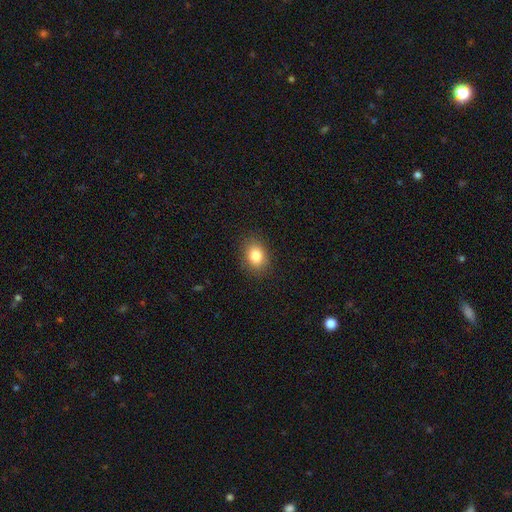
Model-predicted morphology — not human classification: This is clearly a smooth galaxy (83%). How rounded: likely in between (60%). Merging: clearly none (87%).